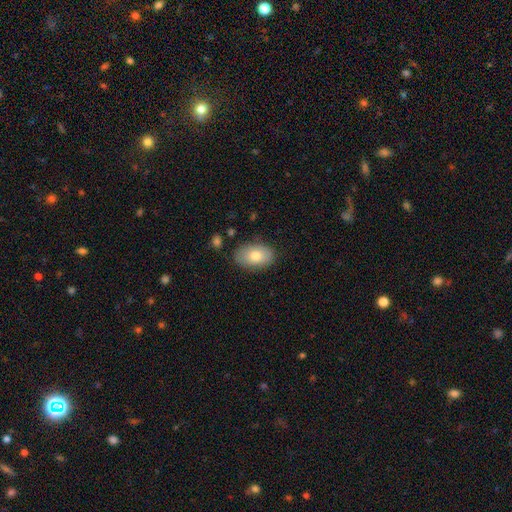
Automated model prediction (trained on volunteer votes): Smooth or featured?
  - smooth: 76% *
  - featured or disk: 18%
  - star or artifact: 7%
How rounded?
  - in between: 91% *
  - round: 8%
  - cigar-shaped: 1%
Merging?
  - none: 81% *
  - minor disturbance: 14%
  - major disturbance: 3%
  - merger: 2%